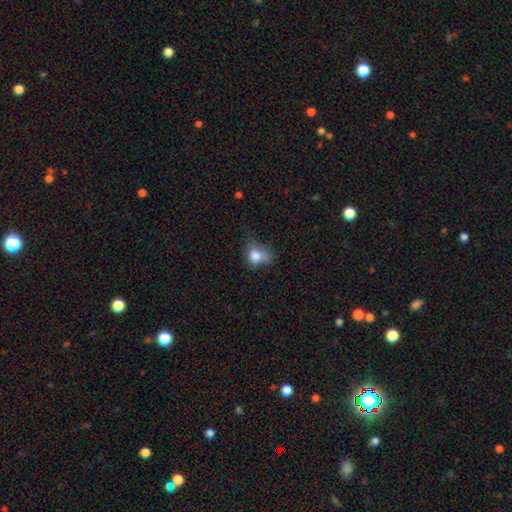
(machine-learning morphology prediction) The model was most divided on "merging": minor disturbance: 34%, major disturbance: 30%, none: 28%, merger: 7%. More confident: smooth or featured — smooth (77%); how rounded — in between (60%).